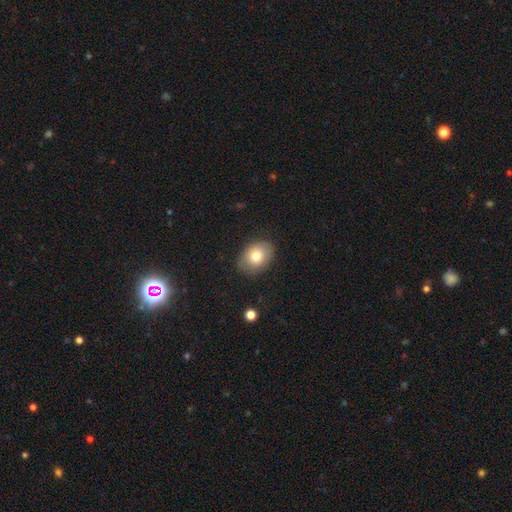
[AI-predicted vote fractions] Smooth or featured: smooth — 77% (featured or disk — 14%)
How rounded: in between — 63% (round — 36%)
Merging: none — 84% (minor disturbance — 12%)